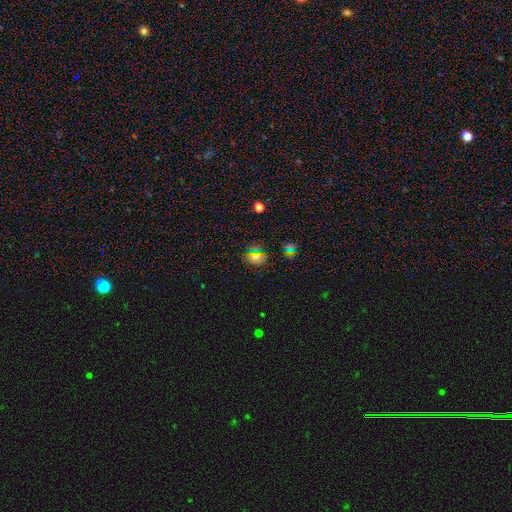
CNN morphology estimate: Smooth or featured? Predicted: smooth (p=0.56). How rounded? Predicted: in between (p=0.55). Merging? Predicted: none (p=0.78).